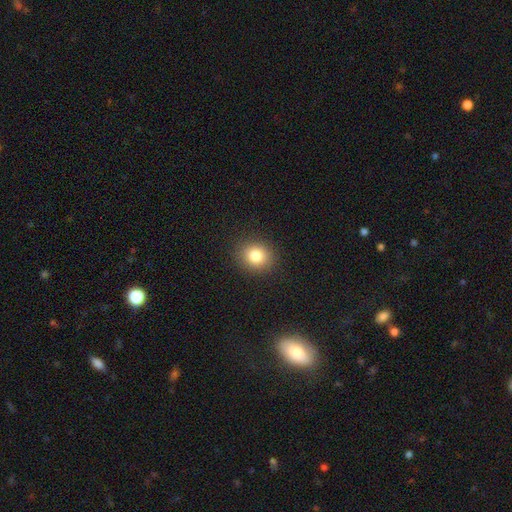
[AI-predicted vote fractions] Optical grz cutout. It shows a smooth galaxy with no disk features (82%) that is round (72%). Merging: none (90%).